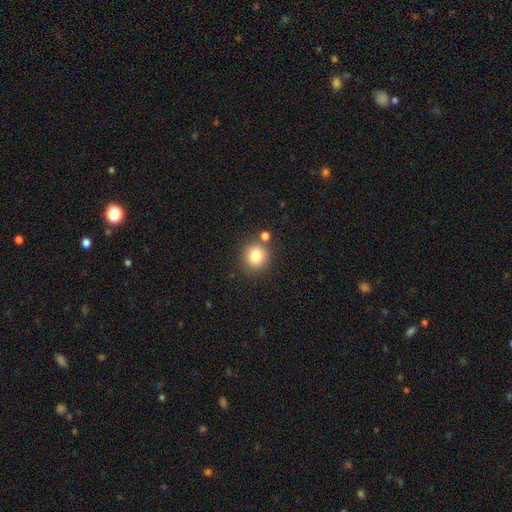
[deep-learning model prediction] A smooth galaxy with no disk features (82%) that is round (88%). Merging: none (76%).